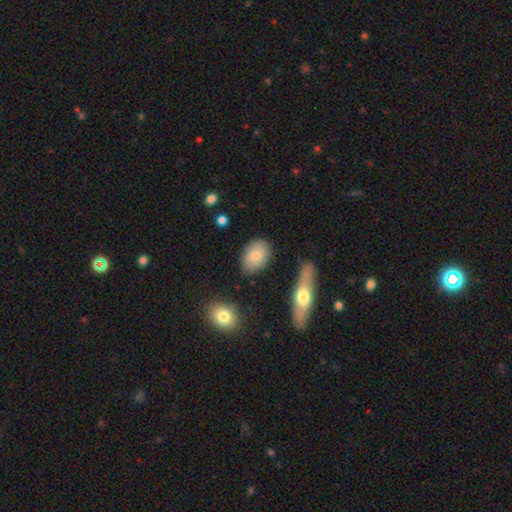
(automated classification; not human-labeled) smooth 77%, featured or disk 15%, star or artifact 7%. Down the decision tree: how rounded — in between (82%); merging — none (81%).